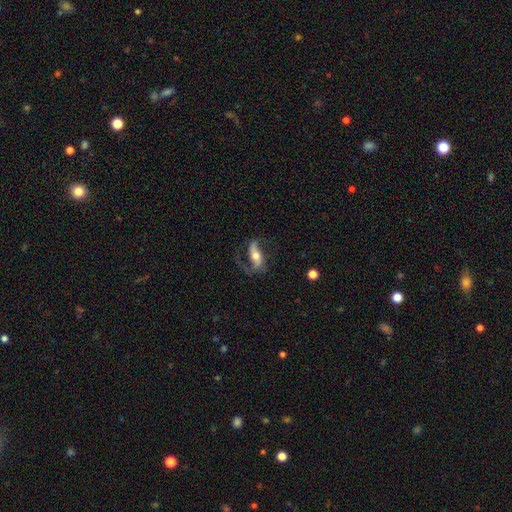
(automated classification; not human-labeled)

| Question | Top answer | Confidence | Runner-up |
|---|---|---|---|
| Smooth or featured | featured or disk | 80% | smooth (15%) |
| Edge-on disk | no | 91% | yes (9%) |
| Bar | strong | 43% | weak (29%) |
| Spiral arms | yes | 93% | no (7%) |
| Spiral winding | loose | 55% | medium (35%) |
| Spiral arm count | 2 | 84% | 1 (10%) |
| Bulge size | moderate | 65% | small (23%) |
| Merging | none | 63% | major disturbance (18%) |